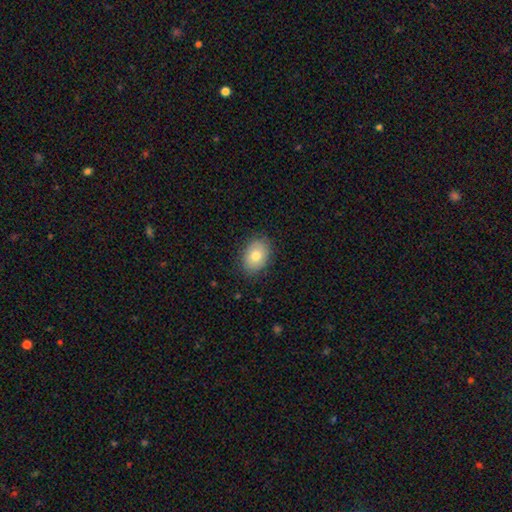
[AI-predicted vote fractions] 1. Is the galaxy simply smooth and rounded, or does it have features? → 77% smooth, 15% featured or disk, 8% star or artifact.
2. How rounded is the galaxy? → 73% in between, 26% round, 1% cigar-shaped.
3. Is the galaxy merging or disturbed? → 84% none, 12% minor disturbance, 3% major disturbance, 1% merger.